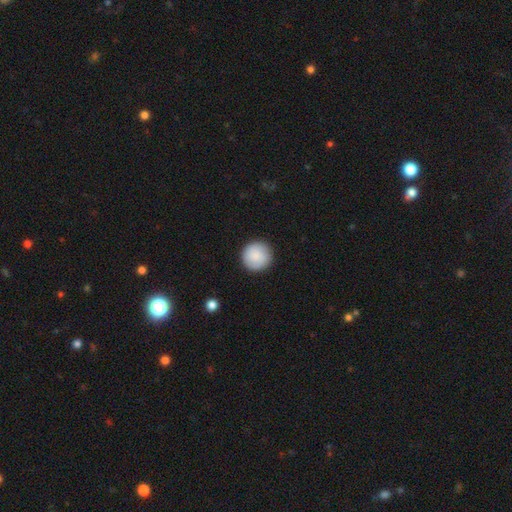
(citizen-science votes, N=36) Q: Smooth or featured?
A: smooth (83%); runner-up: featured or disk (14%)
Q: How rounded?
A: round (97%); runner-up: in between (3%)
Q: Merging?
A: none (100%)